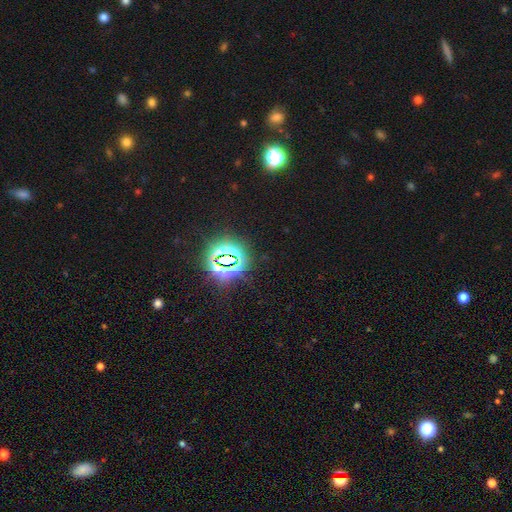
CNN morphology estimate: Smooth or featured: star or artifact — 80% (smooth — 13%)